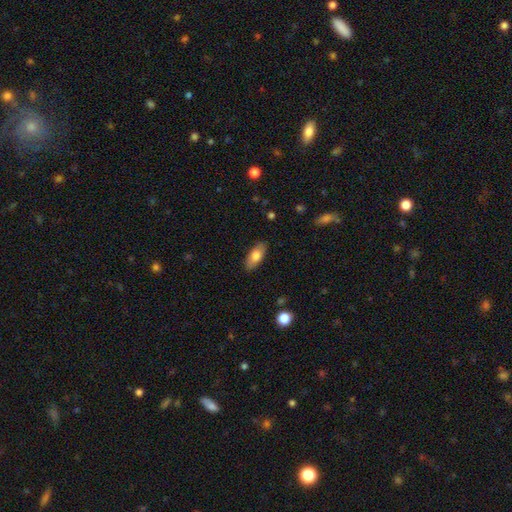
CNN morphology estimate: Q: Smooth or featured?
A: smooth (76%); runner-up: featured or disk (18%)
Q: How rounded?
A: in between (84%); runner-up: cigar-shaped (13%)
Q: Merging?
A: none (87%); runner-up: minor disturbance (10%)